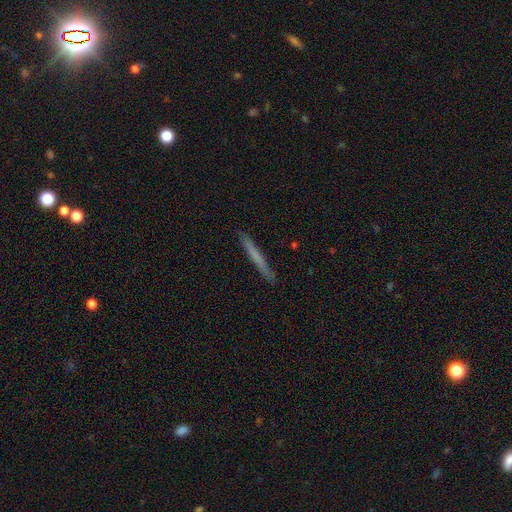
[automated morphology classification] smooth 61%, featured or disk 33%, star or artifact 6%. Down the decision tree: how rounded — cigar-shaped (97%); merging — none (91%).